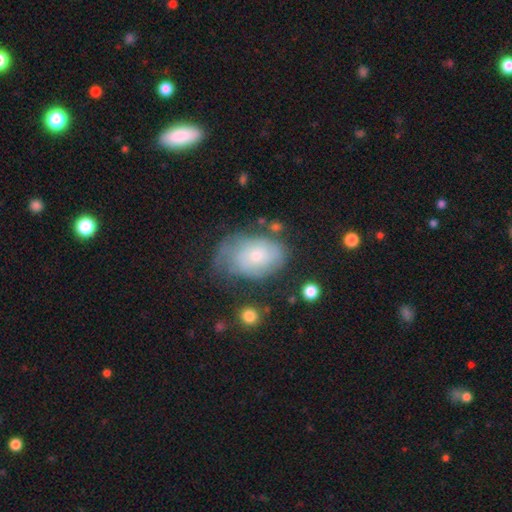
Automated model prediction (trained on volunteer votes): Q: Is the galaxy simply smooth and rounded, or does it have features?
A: smooth — 48%.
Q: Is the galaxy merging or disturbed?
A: none — 44%.